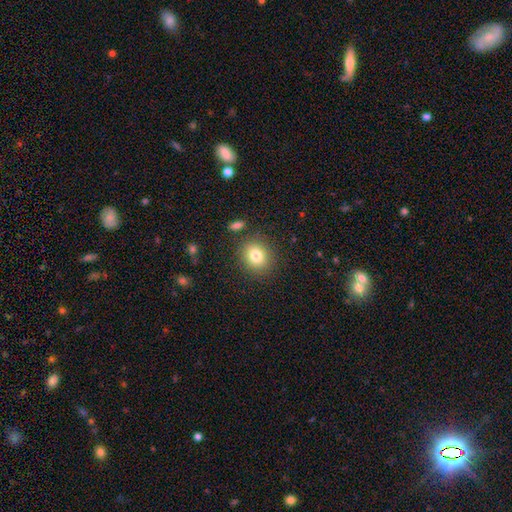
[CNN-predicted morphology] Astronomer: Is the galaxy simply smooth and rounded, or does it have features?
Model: smooth — 80%.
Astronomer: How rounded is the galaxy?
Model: round — 75%.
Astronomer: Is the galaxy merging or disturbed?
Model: none — 85%.